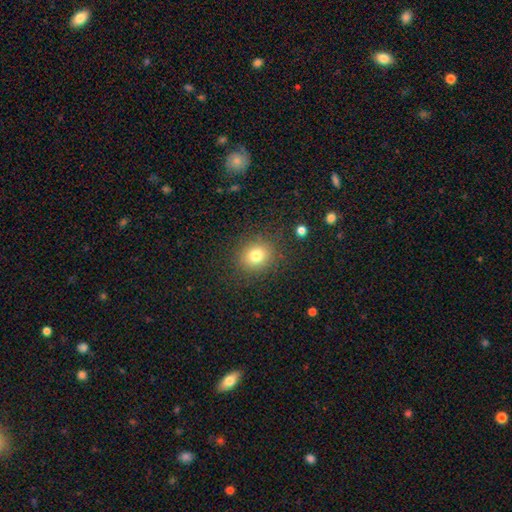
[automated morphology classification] Smooth or featured? smooth (69%)
How rounded? round (82%)
Merging? none (90%)